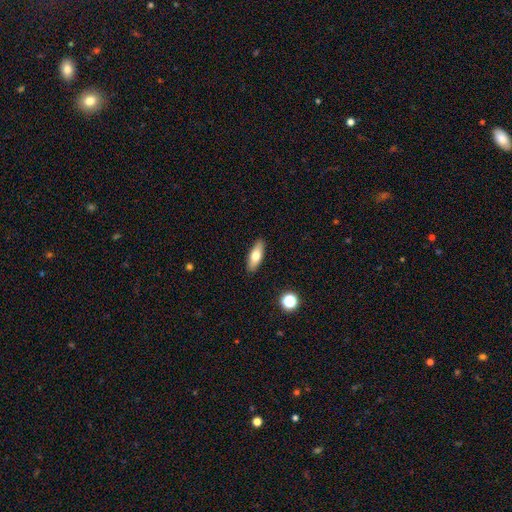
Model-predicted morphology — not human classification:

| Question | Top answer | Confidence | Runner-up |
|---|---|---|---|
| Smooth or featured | smooth | 69% | featured or disk (24%) |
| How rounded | in between | 66% | cigar-shaped (30%) |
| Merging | none | 88% | minor disturbance (9%) |